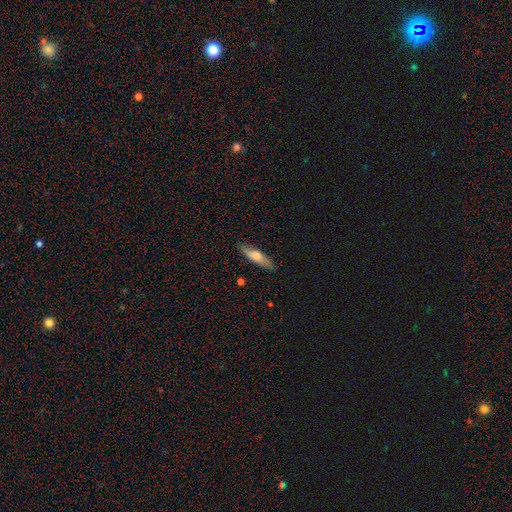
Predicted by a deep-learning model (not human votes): This appears to be a smooth galaxy with no disk features (68%) that is cigar-shaped (63%). Merging: none (81%).